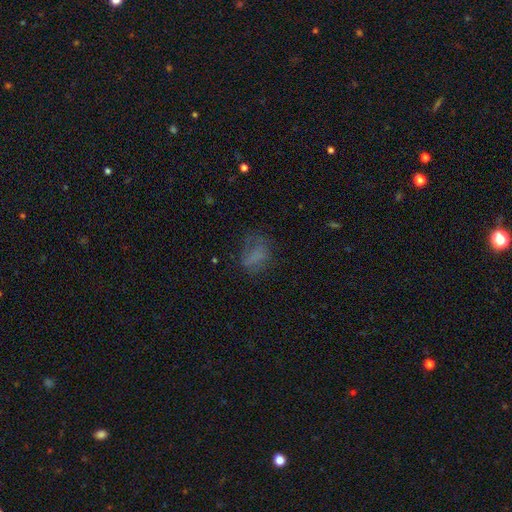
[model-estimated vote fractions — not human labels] Q: Smooth or featured?
A: smooth (58%); runner-up: featured or disk (22%)
Q: How rounded?
A: in between (66%); runner-up: round (30%)
Q: Merging?
A: none (50%); runner-up: major disturbance (25%)